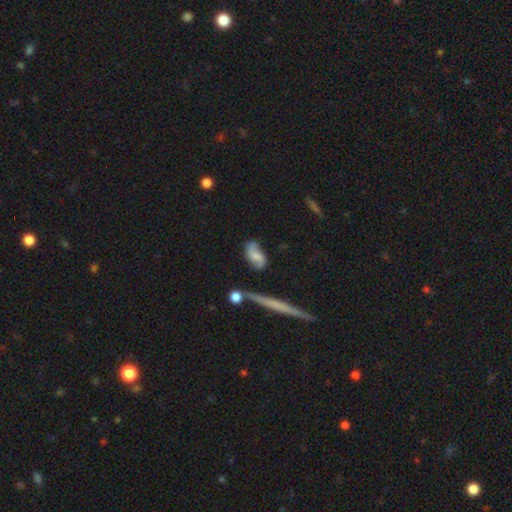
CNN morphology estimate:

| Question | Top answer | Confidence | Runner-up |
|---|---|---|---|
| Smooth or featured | featured or disk | 59% | smooth (33%) |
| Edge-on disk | no | 92% | yes (8%) |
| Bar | no | 54% | weak (37%) |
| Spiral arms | yes | 89% | no (11%) |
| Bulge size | none | 33% | moderate (32%) |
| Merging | none | 64% | minor disturbance (21%) |